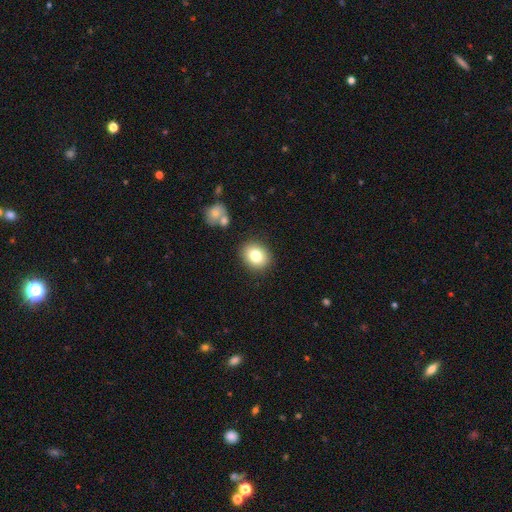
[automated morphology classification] A smooth galaxy with no disk features (80%) that is round (59%). Merging: none (87%).